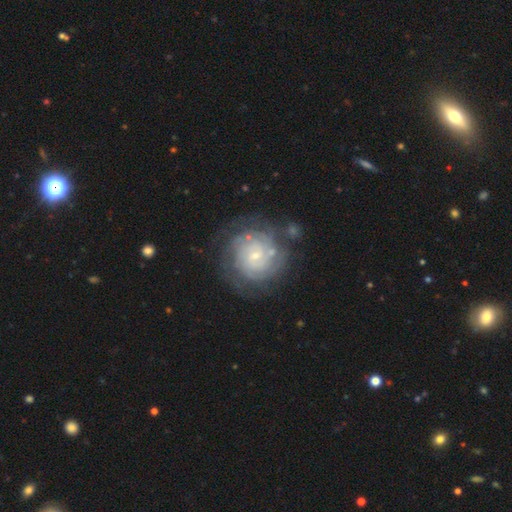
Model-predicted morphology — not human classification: This appears to be a featured or disk galaxy (79%) with no bar (68%), tight (80%) spiral arms (93%) and a small central bulge (78%). Merging: none (70%).